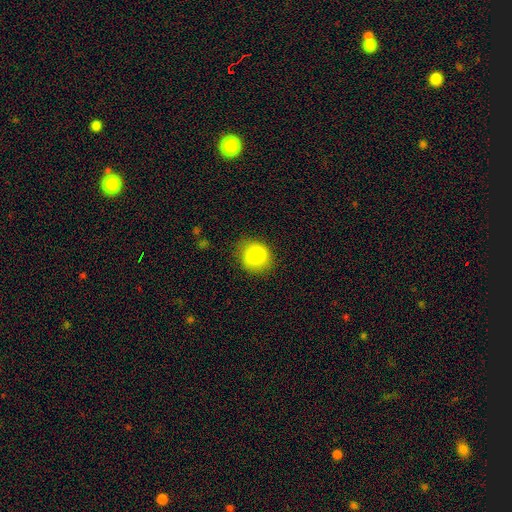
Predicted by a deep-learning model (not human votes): Morphology: type=smooth (83%); roundness=round (68%); merging=none (75%).